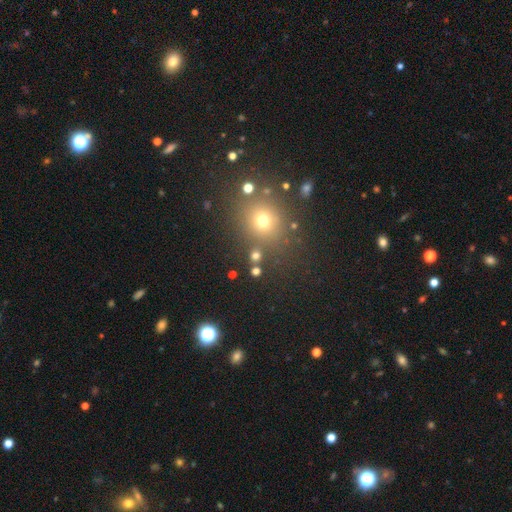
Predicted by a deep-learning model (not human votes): A smooth galaxy with no disk features (67%) that is round (83%). Merging: none (78%).